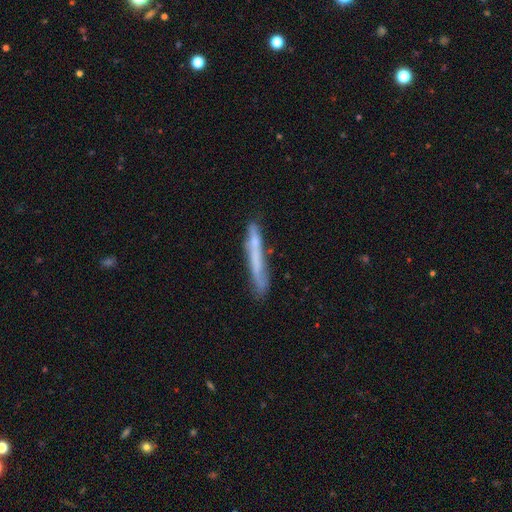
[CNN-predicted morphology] Overall: smooth (53%; featured or disk 40%). How rounded: cigar-shaped (96%). Merging: none (71%).